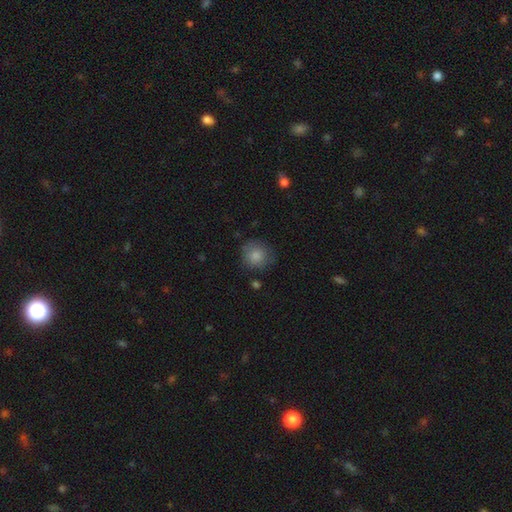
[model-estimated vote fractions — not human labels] Smooth or featured? Predicted: smooth (p=0.83). How rounded? Predicted: round (p=0.89). Merging? Predicted: none (p=0.76).